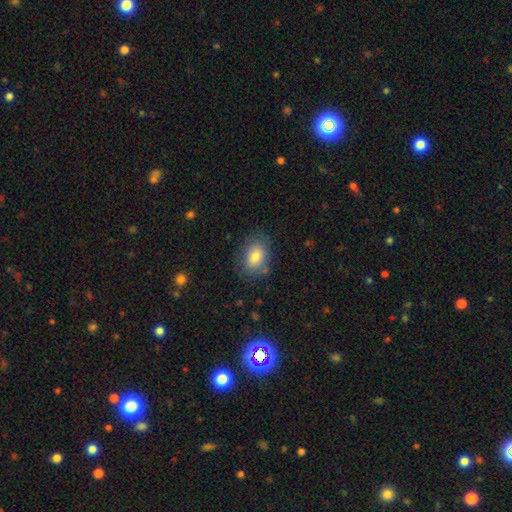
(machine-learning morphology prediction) Smooth or featured? smooth (79%)
How rounded? in between (73%)
Merging? none (76%)